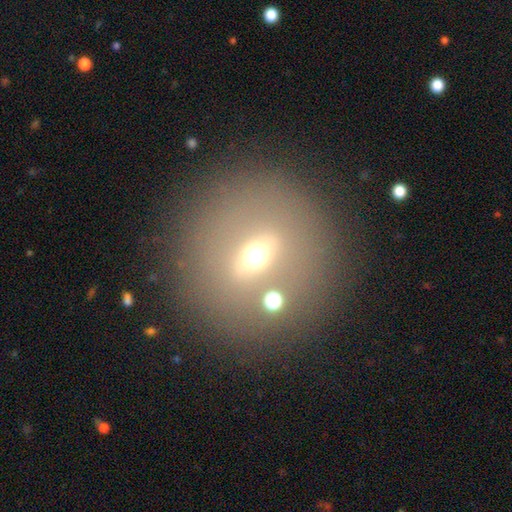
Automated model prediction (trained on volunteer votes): This is marginally a featured or disk galaxy (43%). Merging: clearly none (81%).